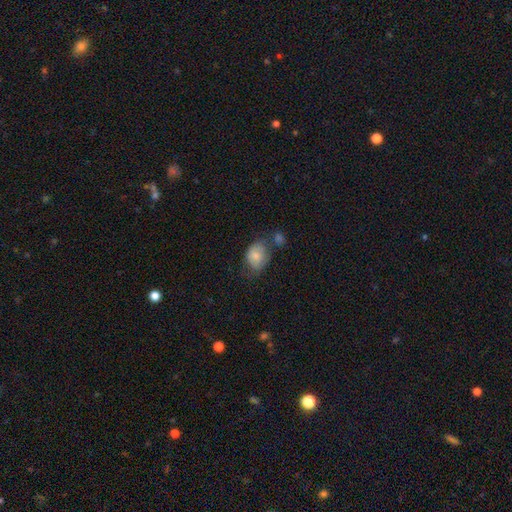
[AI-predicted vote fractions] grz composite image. It shows a smooth galaxy with no disk features (80%) that is in between round and cigar-shaped (66%). Merging: none (43%).